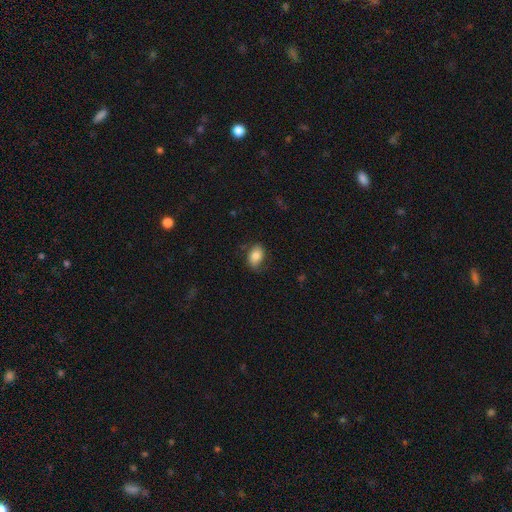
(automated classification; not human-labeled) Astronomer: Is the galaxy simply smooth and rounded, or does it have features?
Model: smooth — 75%.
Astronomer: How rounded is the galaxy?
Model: in between — 85%.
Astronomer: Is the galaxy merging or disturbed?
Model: none — 69%.